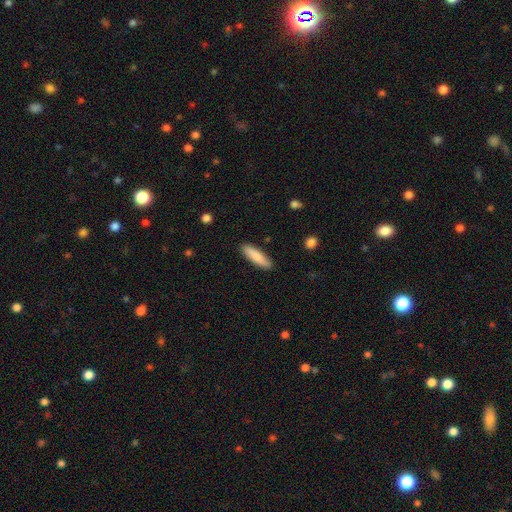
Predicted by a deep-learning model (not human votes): smooth 84%, featured or disk 10%, star or artifact 6%. Down the decision tree: how rounded — cigar-shaped (72%); merging — none (89%).